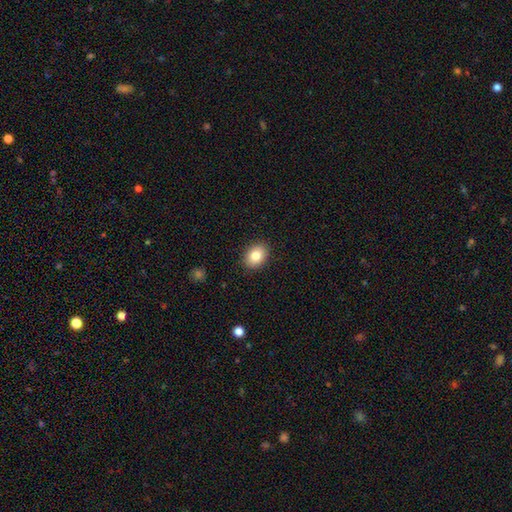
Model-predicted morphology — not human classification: Smooth or featured?
  - smooth: 83% *
  - star or artifact: 8%
  - featured or disk: 8%
How rounded?
  - in between: 65% *
  - round: 35%
  - cigar-shaped: 1%
Merging?
  - none: 89% *
  - minor disturbance: 8%
  - major disturbance: 2%
  - merger: 1%